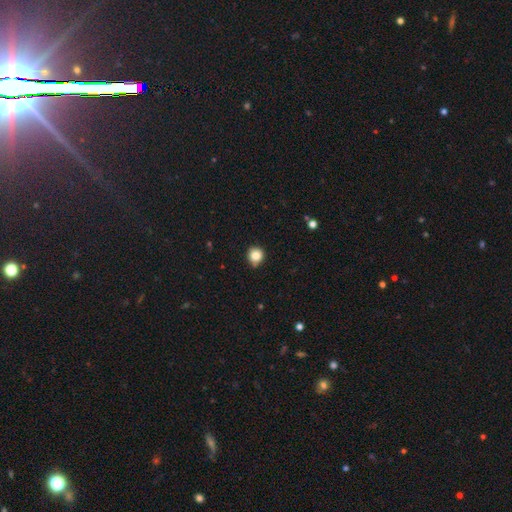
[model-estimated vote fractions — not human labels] Smooth or featured? smooth (83%)
How rounded? round (90%)
Merging? none (79%)